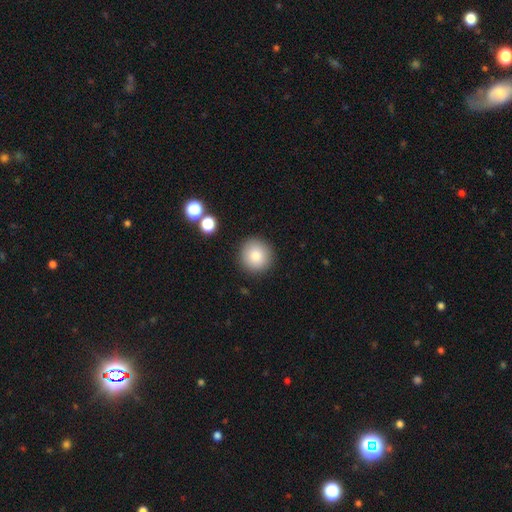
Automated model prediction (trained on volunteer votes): Smooth or featured? smooth (83%)
How rounded? round (95%)
Merging? none (90%)